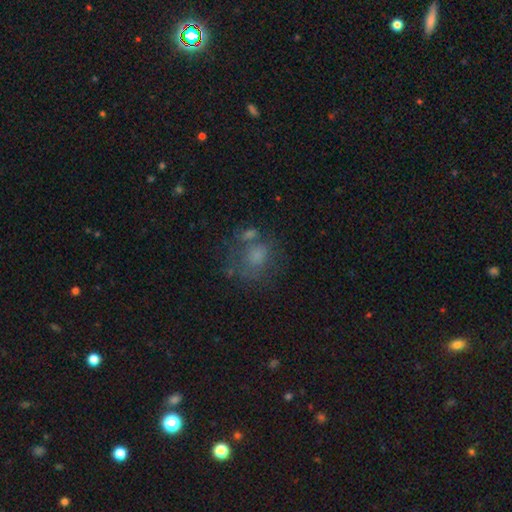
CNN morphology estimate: Smooth or featured: smooth — 57% (featured or disk — 26%)
How rounded: round — 64% (in between — 34%)
Merging: none — 48% (minor disturbance — 19%)